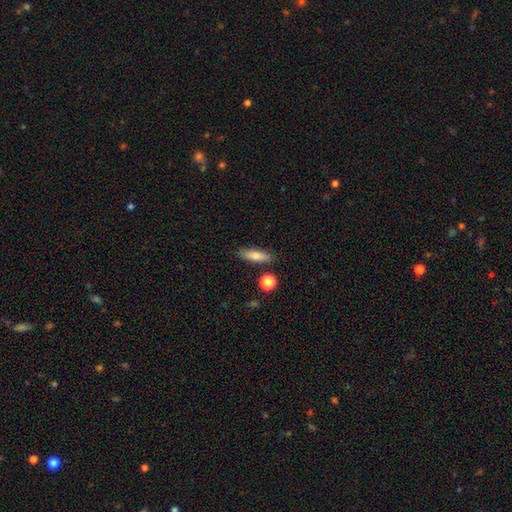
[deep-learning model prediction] smooth 75%, featured or disk 18%, star or artifact 7%. Down the decision tree: how rounded — cigar-shaped (55%); merging — none (84%).